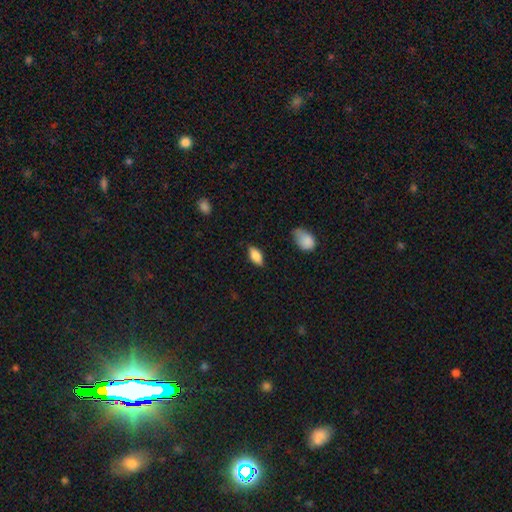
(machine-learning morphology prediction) smooth_or_featured: smooth (p=0.82) [alt: featured or disk p=0.11]
how_rounded: in between (p=0.87) [alt: cigar-shaped p=0.10]
merging: none (p=0.81) [alt: minor disturbance p=0.15]